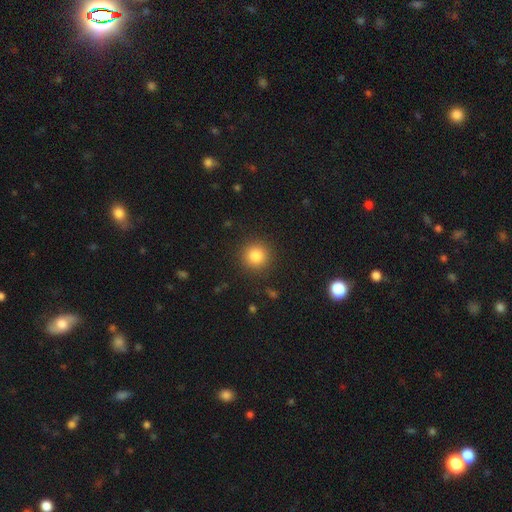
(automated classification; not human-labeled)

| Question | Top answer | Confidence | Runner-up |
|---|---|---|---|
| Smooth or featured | smooth | 84% | star or artifact (10%) |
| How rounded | round | 94% | in between (5%) |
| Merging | none | 90% | minor disturbance (6%) |